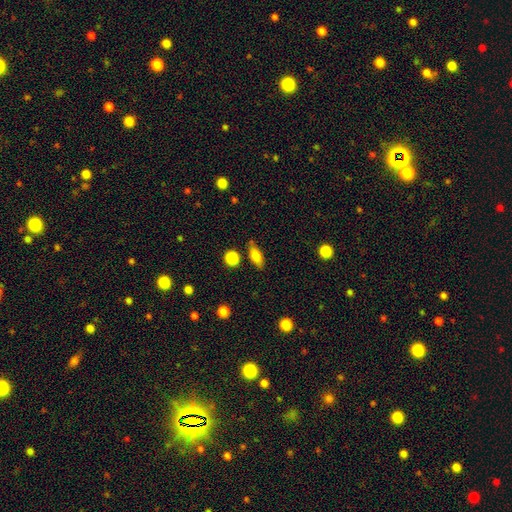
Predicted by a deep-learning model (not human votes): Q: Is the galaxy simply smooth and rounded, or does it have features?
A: smooth — 76%.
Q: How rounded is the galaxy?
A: in between — 74%.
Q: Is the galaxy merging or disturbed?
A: none — 77%.